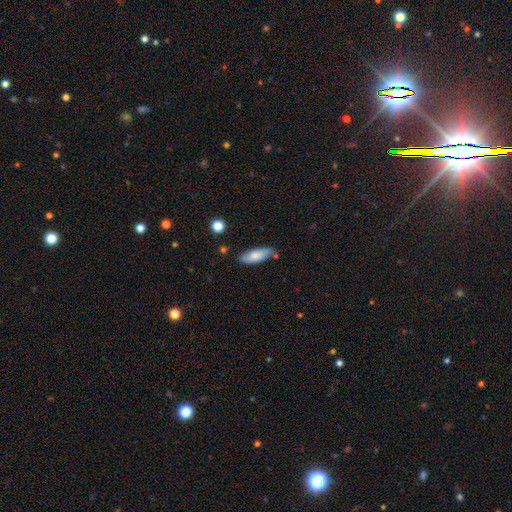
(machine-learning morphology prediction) A smooth galaxy with no disk features (76%) that is in between round and cigar-shaped (64%). Merging: none (73%).